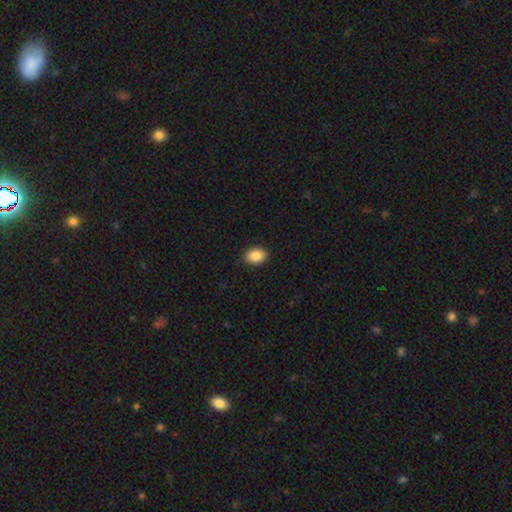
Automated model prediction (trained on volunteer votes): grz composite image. It shows a smooth galaxy with no disk features (88%) that is in between round and cigar-shaped (73%). Merging: none (85%).